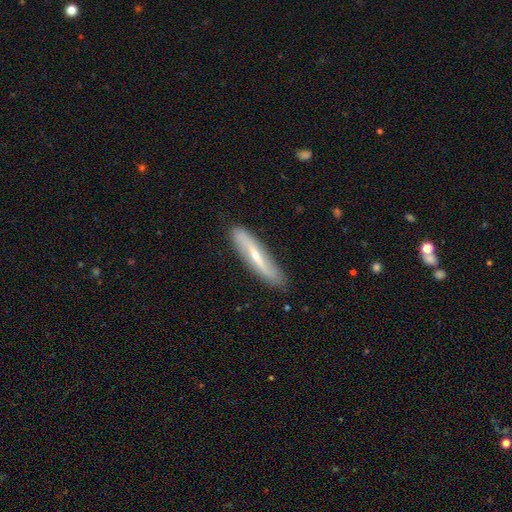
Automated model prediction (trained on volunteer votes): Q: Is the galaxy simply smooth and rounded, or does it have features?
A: featured or disk — 63%.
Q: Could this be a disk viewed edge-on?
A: yes — 52%.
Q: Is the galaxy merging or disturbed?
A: none — 84%.